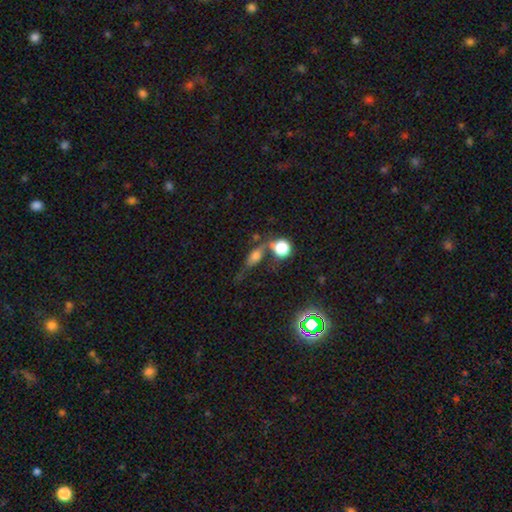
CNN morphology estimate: This is possibly a smooth galaxy (50%). Merging: possibly none (50%).